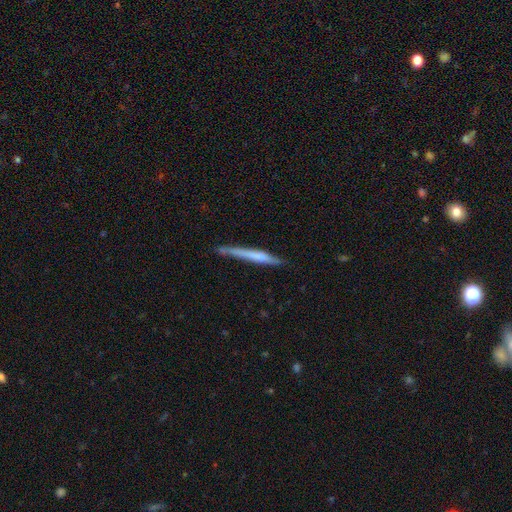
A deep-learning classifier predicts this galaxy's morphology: smooth_or_featured: smooth (p=0.51) [alt: featured or disk p=0.43]
how_rounded: cigar-shaped (p=0.96) [alt: in between p=0.02]
merging: none (p=0.73) [alt: minor disturbance p=0.21]